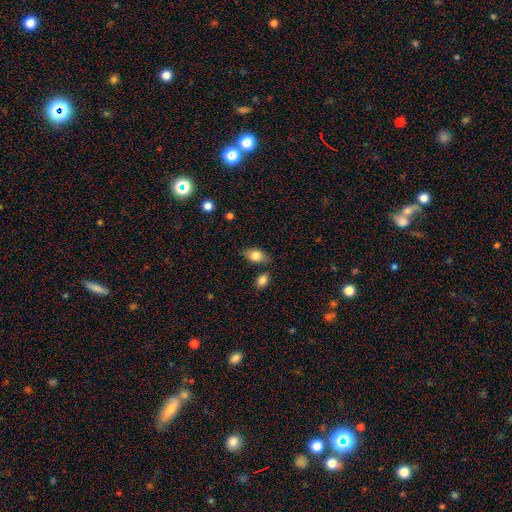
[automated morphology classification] smooth-or-featured: smooth: 80% | featured or disk: 12% | star or artifact: 8%
  how-rounded: in between: 87% | round: 10% | cigar-shaped: 3%
  merging: none: 75% | minor disturbance: 14% | merger: 8% | major disturbance: 3%